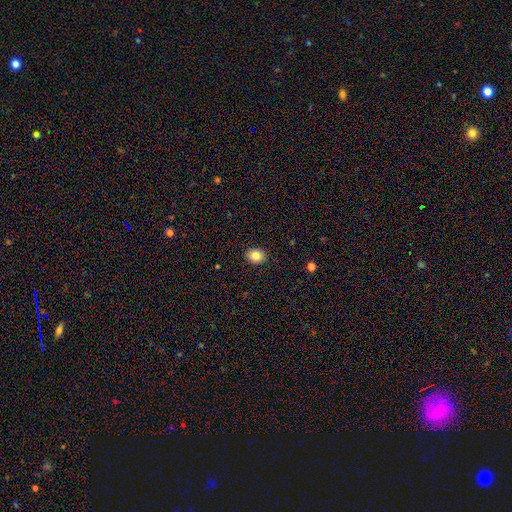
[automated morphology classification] This appears to be a smooth galaxy with no disk features (84%) that is round (58%). Merging: none (91%).